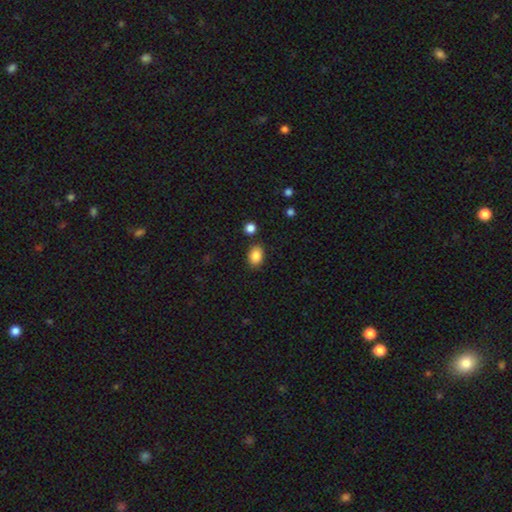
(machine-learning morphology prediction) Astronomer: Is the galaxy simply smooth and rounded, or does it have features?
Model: smooth — 87%.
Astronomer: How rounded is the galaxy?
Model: in between — 78%.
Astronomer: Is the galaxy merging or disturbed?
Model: none — 83%.